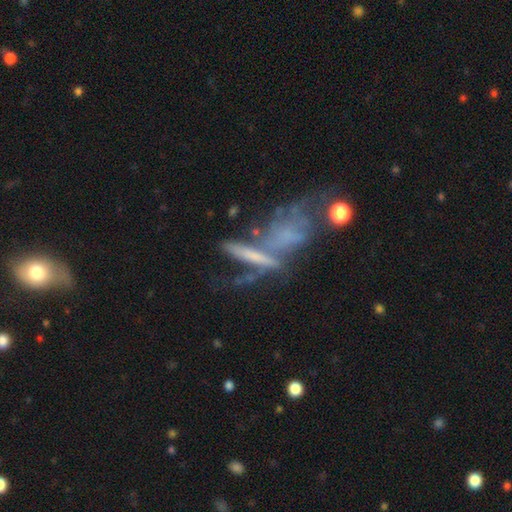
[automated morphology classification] Smooth or featured? Predicted: featured or disk (p=0.52). Edge-on disk? Predicted: yes (p=0.51). Merging? Predicted: merger (p=0.42).